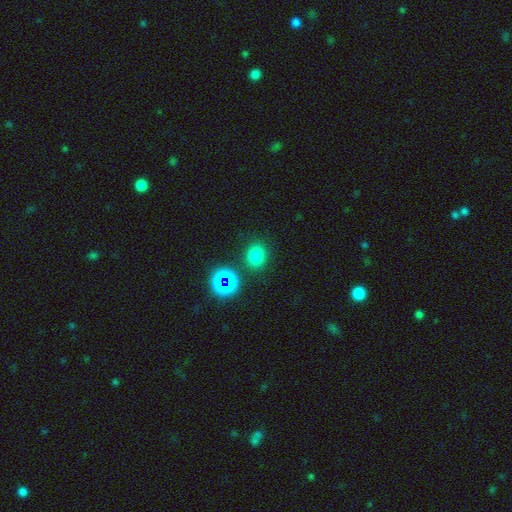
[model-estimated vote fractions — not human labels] Smooth or featured? smooth (76%)
How rounded? round (64%)
Merging? none (83%)